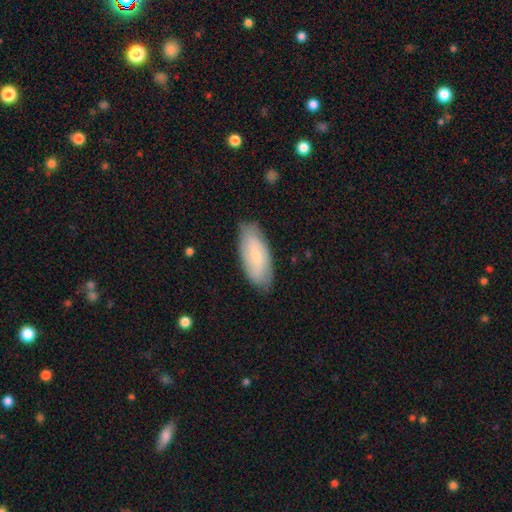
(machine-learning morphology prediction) smooth 54%, featured or disk 40%, star or artifact 7%. Down the decision tree: how rounded — in between (83%); merging — none (81%).